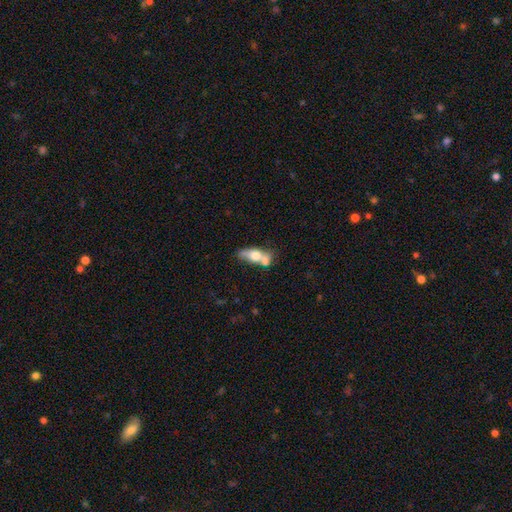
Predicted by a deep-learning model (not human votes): Smooth or featured?
  - smooth: 58% *
  - featured or disk: 34%
  - star or artifact: 8%
How rounded?
  - in between: 70% *
  - cigar-shaped: 22%
  - round: 8%
Merging?
  - merger: 46% *
  - none: 27%
  - minor disturbance: 16%
  - major disturbance: 10%